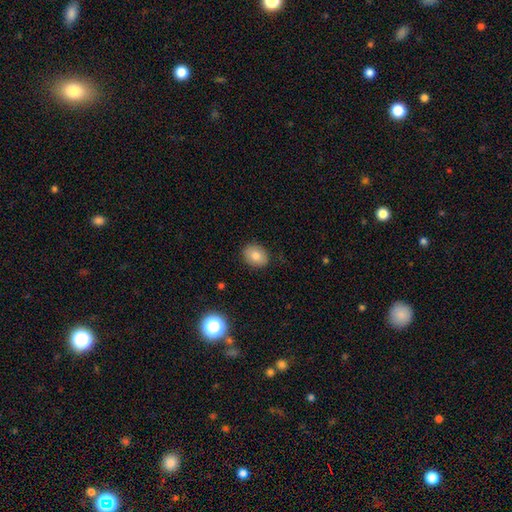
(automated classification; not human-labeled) A smooth galaxy with no disk features (78%) that is in between round and cigar-shaped (58%).

Vote fractions:
- Smooth or featured? smooth: 78% / featured or disk: 13% / star or artifact: 9%
- How rounded? in between: 58% / round: 41% / cigar-shaped: 1%
- Merging? none: 86% / minor disturbance: 10% / major disturbance: 2% / merger: 1%